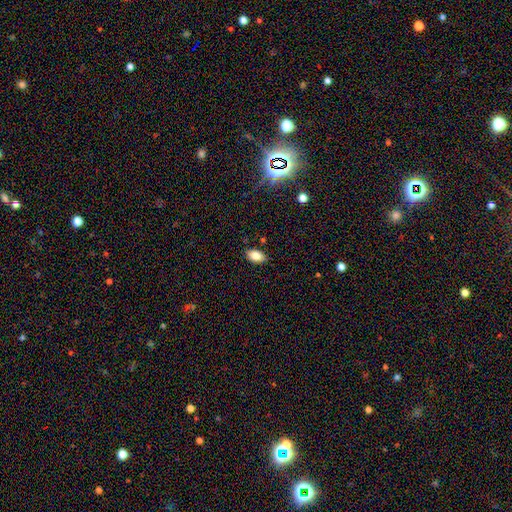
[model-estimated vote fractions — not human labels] Morphology: type=smooth (82%); roundness=in between (92%); merging=none (85%).